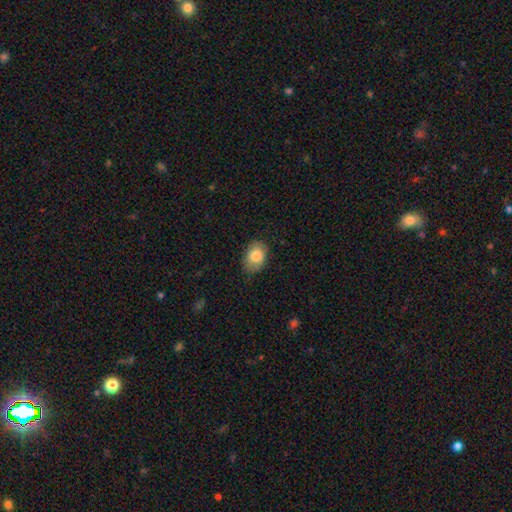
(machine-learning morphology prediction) smooth-or-featured: smooth: 82% | featured or disk: 10% | star or artifact: 8%
  how-rounded: in between: 78% | round: 21% | cigar-shaped: 1%
  merging: none: 76% | minor disturbance: 20% | major disturbance: 4% | merger: 1%